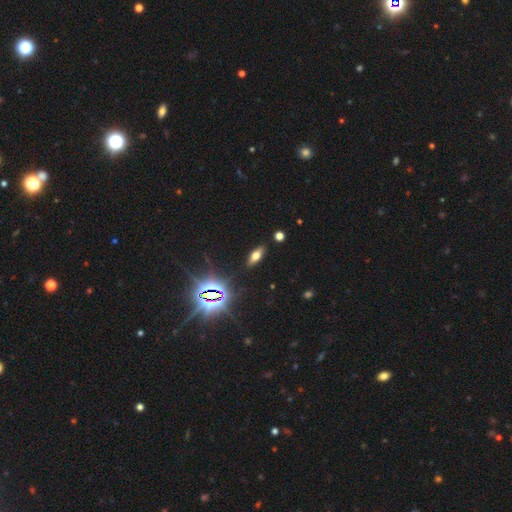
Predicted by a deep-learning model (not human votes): Morphology: type=smooth (53%); roundness=in between (73%); merging=none (88%).